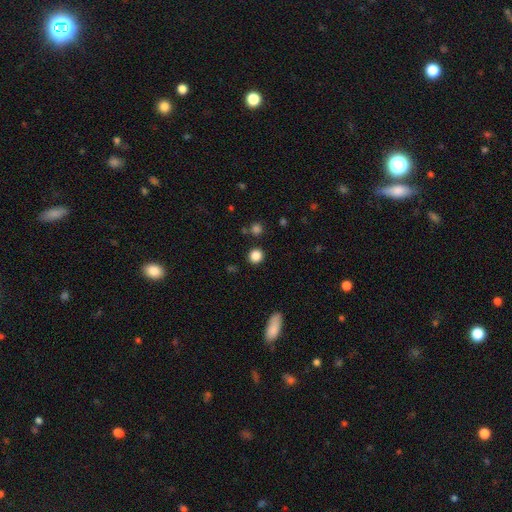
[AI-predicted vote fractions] smooth 85%, star or artifact 12%, featured or disk 4%. Down the decision tree: how rounded — round (91%); merging — none (89%).